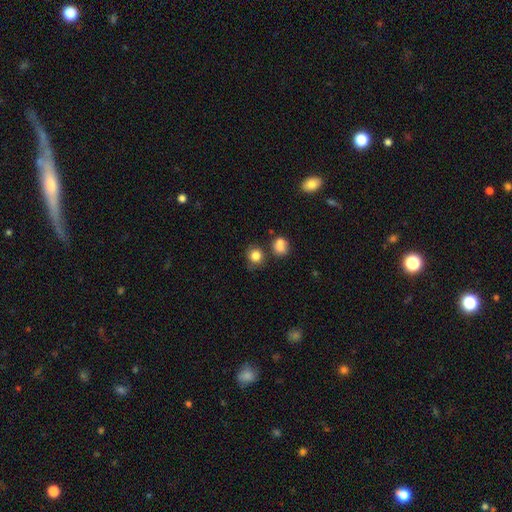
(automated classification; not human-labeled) Q: Smooth or featured?
A: smooth (82%); runner-up: star or artifact (11%)
Q: How rounded?
A: round (83%); runner-up: in between (16%)
Q: Merging?
A: none (69%); runner-up: minor disturbance (14%)